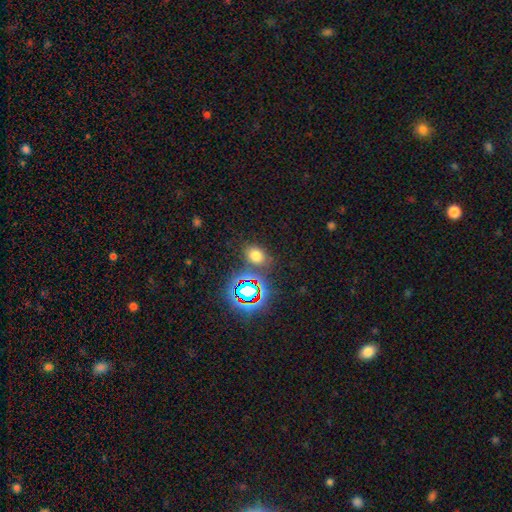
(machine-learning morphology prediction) Smooth or featured? smooth (63%)
How rounded? in between (64%)
Merging? none (78%)